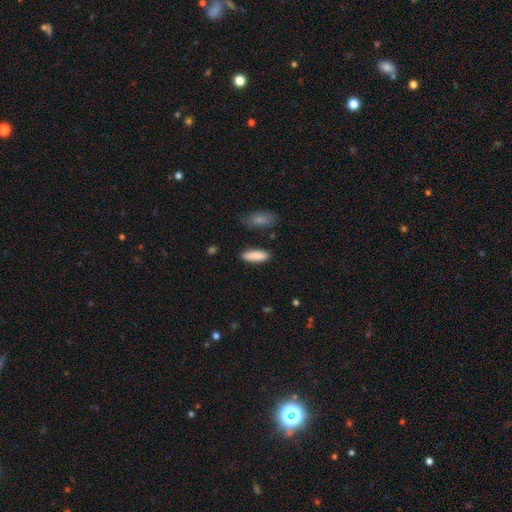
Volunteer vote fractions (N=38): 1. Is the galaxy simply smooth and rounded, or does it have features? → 92% smooth, 5% featured or disk, 3% star or artifact.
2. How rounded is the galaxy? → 60% in between, 40% cigar-shaped, 0% round.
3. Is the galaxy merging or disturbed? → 92% none, 3% minor disturbance, 3% major disturbance, 3% merger.